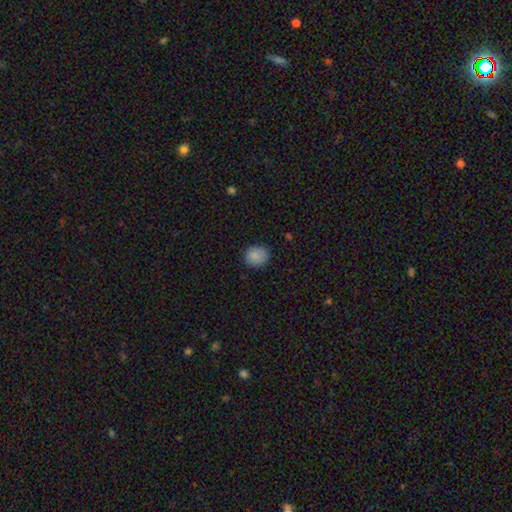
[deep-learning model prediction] Morphology: type=smooth (85%); roundness=round (76%); merging=none (84%).